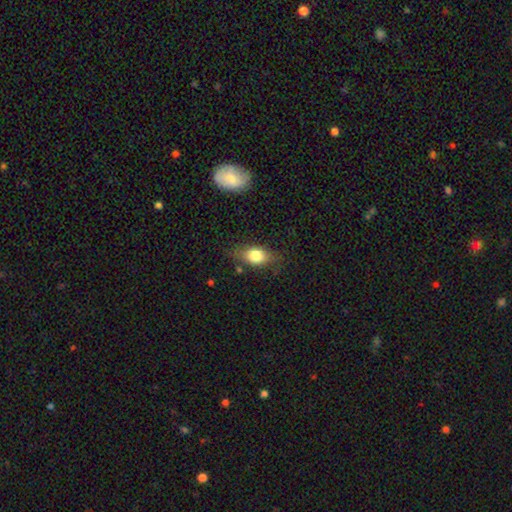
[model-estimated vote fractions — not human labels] smooth-or-featured: smooth: 77% | featured or disk: 15% | star or artifact: 8%
  how-rounded: in between: 77% | round: 18% | cigar-shaped: 5%
  merging: none: 73% | minor disturbance: 19% | major disturbance: 5% | merger: 2%